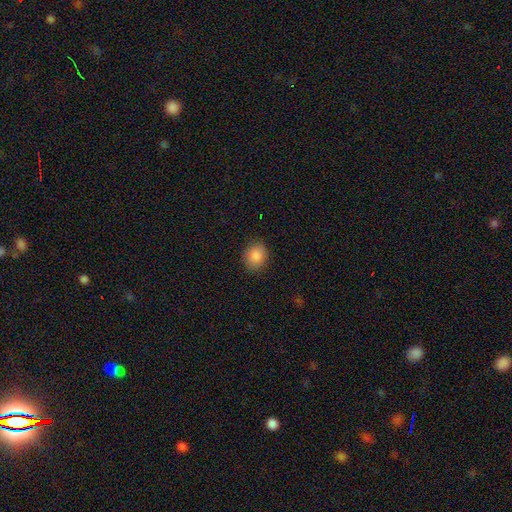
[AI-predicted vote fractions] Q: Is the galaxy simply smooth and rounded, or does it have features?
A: smooth — 87%.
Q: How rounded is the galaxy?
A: round — 68%.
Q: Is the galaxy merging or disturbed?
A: none — 88%.